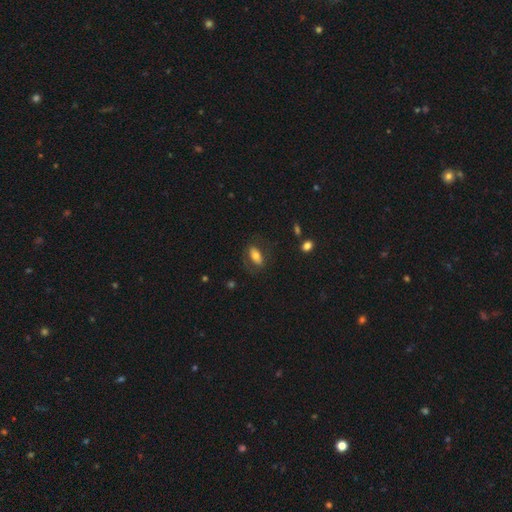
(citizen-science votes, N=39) A smooth galaxy with no disk features (67%) that is in between round and cigar-shaped (88%). Merging: none (54%).